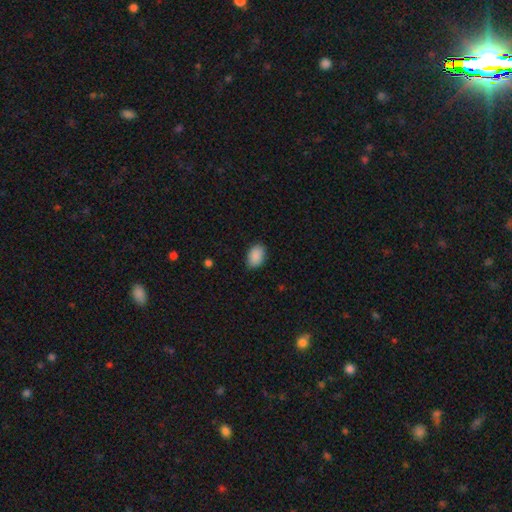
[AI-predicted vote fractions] A smooth galaxy with no disk features (90%) that is in between round and cigar-shaped (87%). Merging: none (85%).